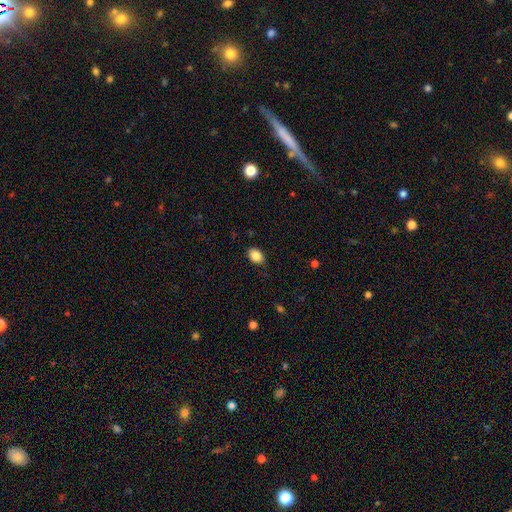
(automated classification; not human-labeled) Morphology: type=smooth (87%); roundness=in between (81%); merging=none (85%).